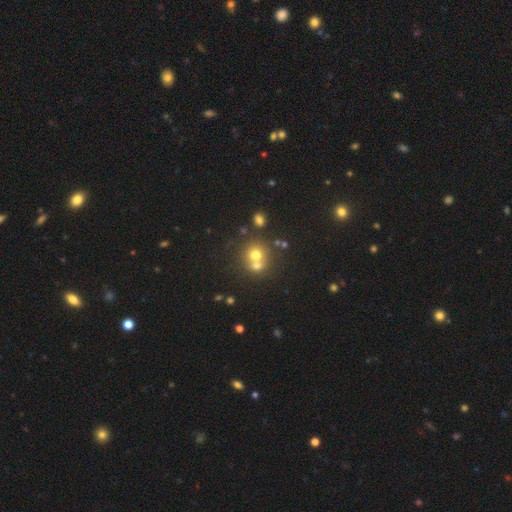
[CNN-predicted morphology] The model was most divided on "merging": merger: 48%, none: 42%, minor disturbance: 7%, major disturbance: 3%. More confident: how rounded — round (84%); smooth or featured — smooth (66%).